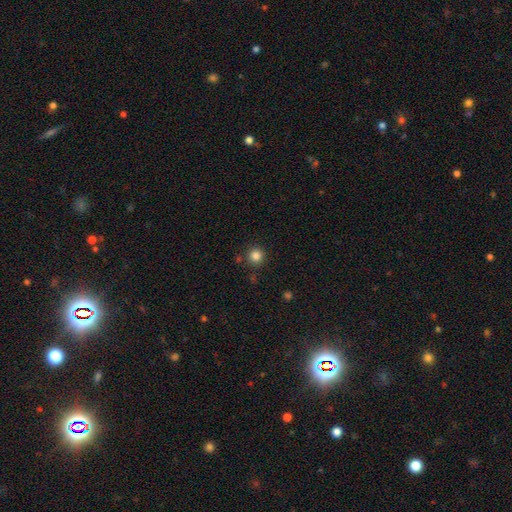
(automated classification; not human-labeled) This is clearly a smooth galaxy (83%). How rounded: clearly round (95%). Merging: clearly none (86%).